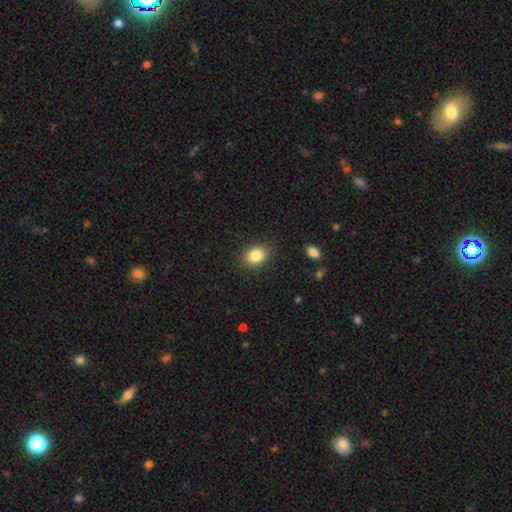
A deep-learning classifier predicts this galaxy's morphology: Overall: smooth (84%). How rounded: in between (63%; round 36%). Merging: none (84%).